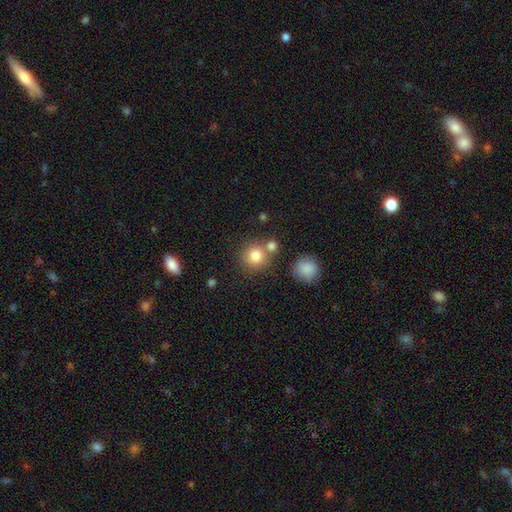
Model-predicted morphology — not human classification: type=smooth (81%); roundness=round (90%); merging=none (66%).